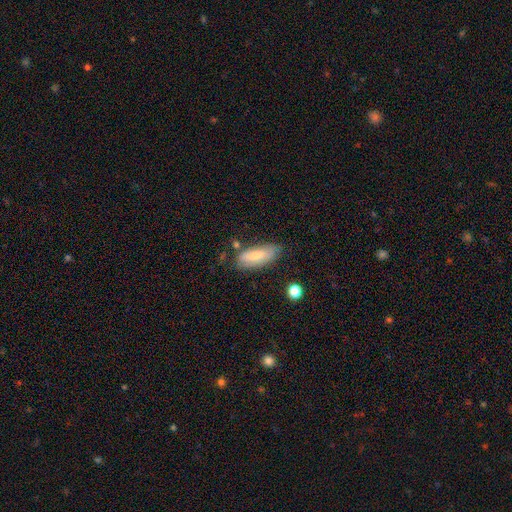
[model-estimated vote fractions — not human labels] Q: Smooth or featured?
A: smooth (71%); runner-up: featured or disk (22%)
Q: How rounded?
A: in between (71%); runner-up: cigar-shaped (27%)
Q: Merging?
A: none (70%); runner-up: minor disturbance (21%)